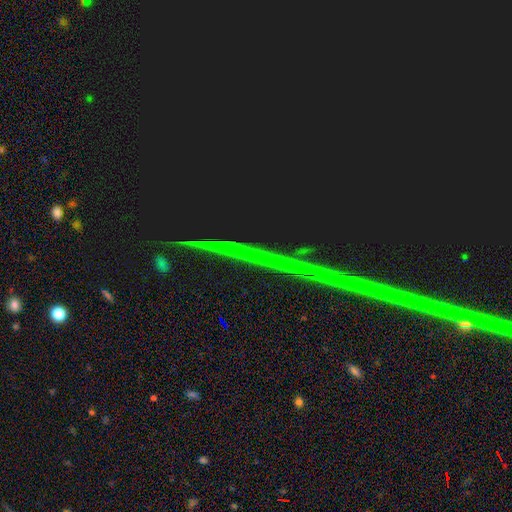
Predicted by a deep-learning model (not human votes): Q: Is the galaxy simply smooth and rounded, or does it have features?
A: star or artifact — 88%.